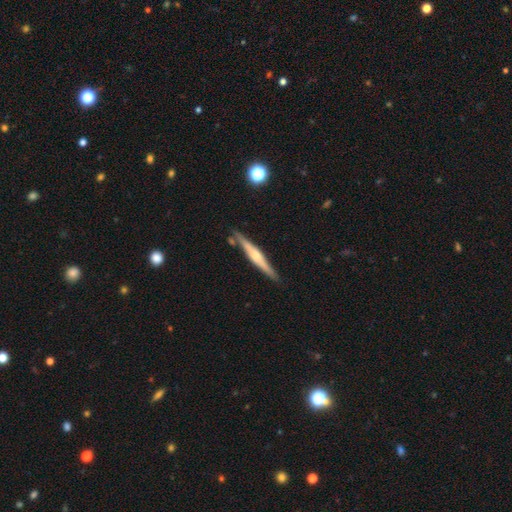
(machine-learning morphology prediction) Smooth or featured: featured or disk — 69% (smooth — 26%)
Edge-on disk: yes — 97% (no — 3%)
Edge-on bulge: rounded — 79% (boxy — 13%)
Merging: none — 85% (minor disturbance — 10%)